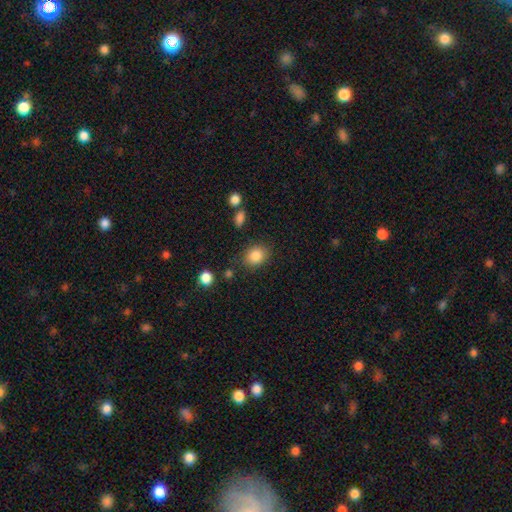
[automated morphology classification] Smooth or featured? Predicted: smooth (p=0.85). How rounded? Predicted: round (p=0.55). Merging? Predicted: none (p=0.81).